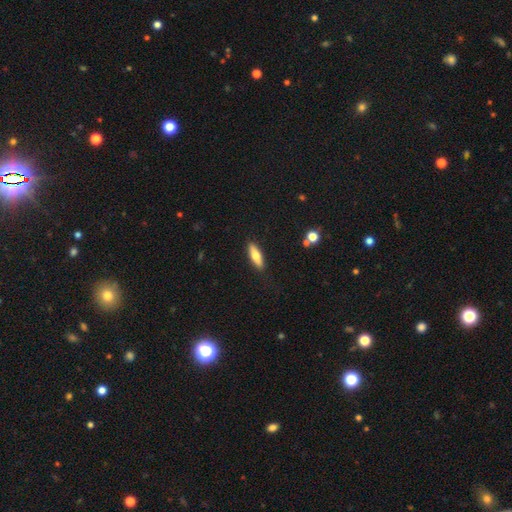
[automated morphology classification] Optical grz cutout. It shows a smooth galaxy with no disk features (66%) that is cigar-shaped (54%). Merging: none (88%).